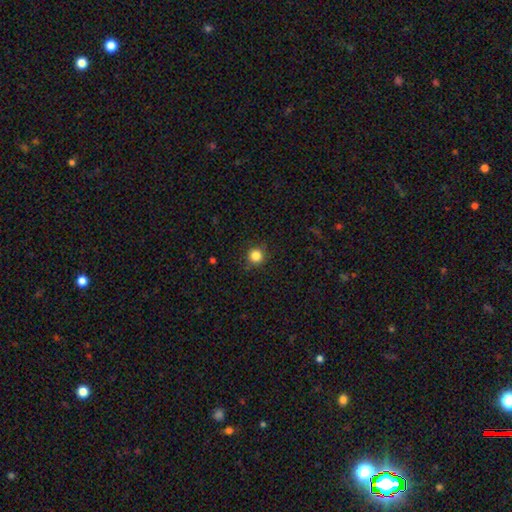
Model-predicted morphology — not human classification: Smooth or featured? Predicted: smooth (p=0.84). How rounded? Predicted: round (p=0.94). Merging? Predicted: none (p=0.89).